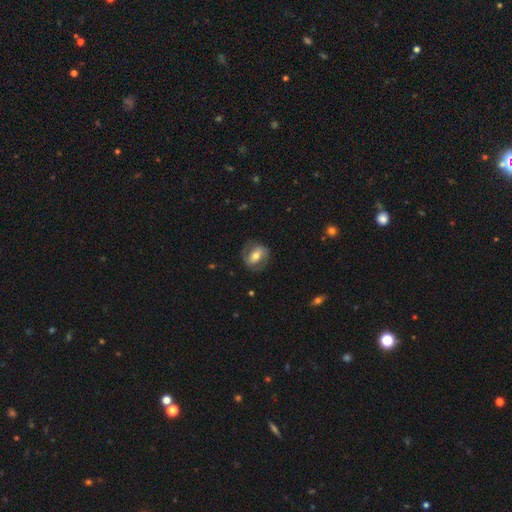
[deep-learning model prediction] This is possibly a featured or disk galaxy (58%). It is clearly not viewed edge-on (95%). Bar: marginally strong (38%). Spiral arm pattern: likely yes (72%). Central bulge: likely moderate (65%). Merging: likely none (76%).